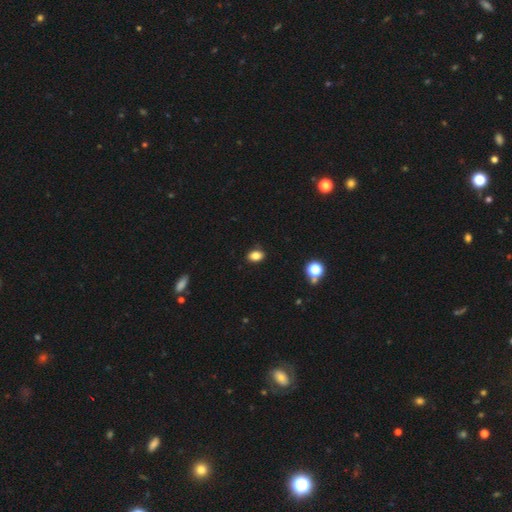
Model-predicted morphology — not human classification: Smooth or featured? Predicted: smooth (p=0.83). How rounded? Predicted: in between (p=0.81). Merging? Predicted: none (p=0.87).